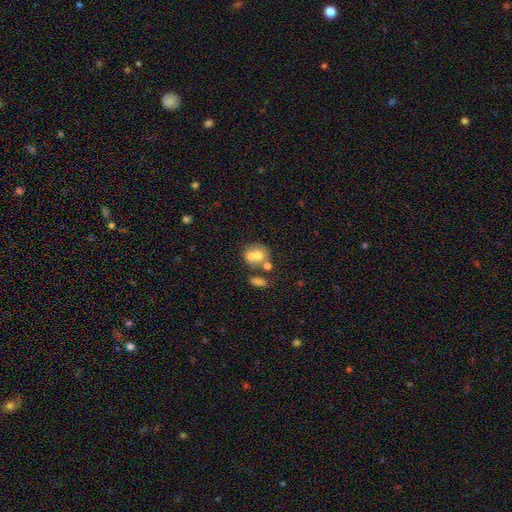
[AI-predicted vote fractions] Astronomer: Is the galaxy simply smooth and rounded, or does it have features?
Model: smooth — 63%.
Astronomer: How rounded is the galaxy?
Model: round — 68%.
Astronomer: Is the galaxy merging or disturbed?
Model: merger — 52% (runner-up: none, 33%).